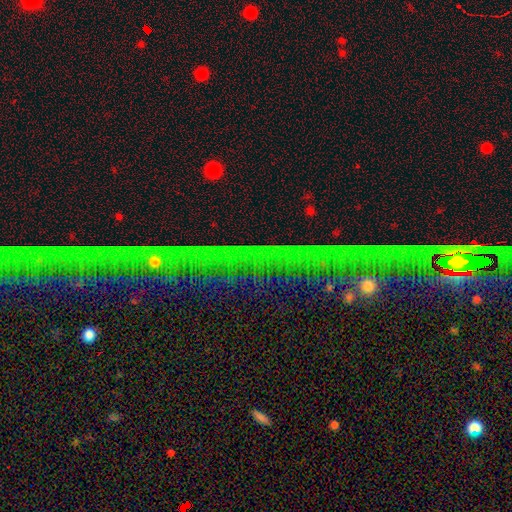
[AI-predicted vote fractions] smooth_or_featured: star or artifact (p=0.78) [alt: featured or disk p=0.13]